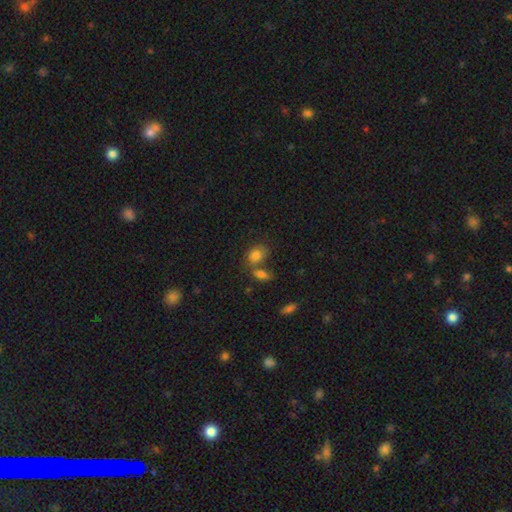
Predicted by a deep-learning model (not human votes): Q: Smooth or featured?
A: smooth (80%); runner-up: star or artifact (10%)
Q: How rounded?
A: in between (73%); runner-up: round (25%)
Q: Merging?
A: none (44%); runner-up: merger (38%)